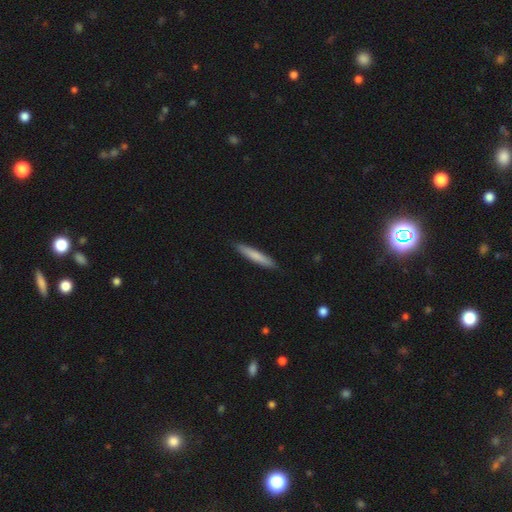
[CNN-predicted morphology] A smooth galaxy with no disk features (77%) that is cigar-shaped (93%). Merging: none (90%).